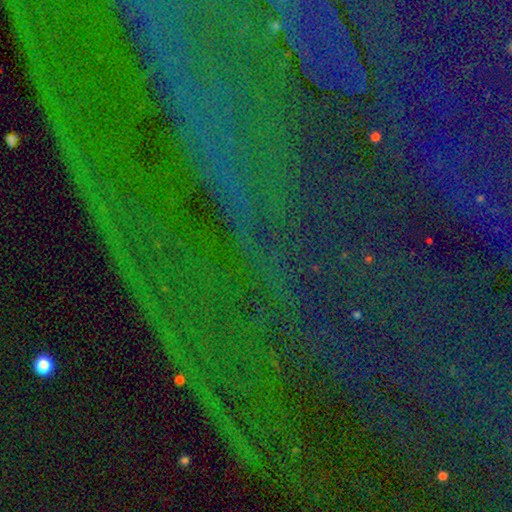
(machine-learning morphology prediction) Q: Smooth or featured?
A: star or artifact (87%); runner-up: featured or disk (7%)